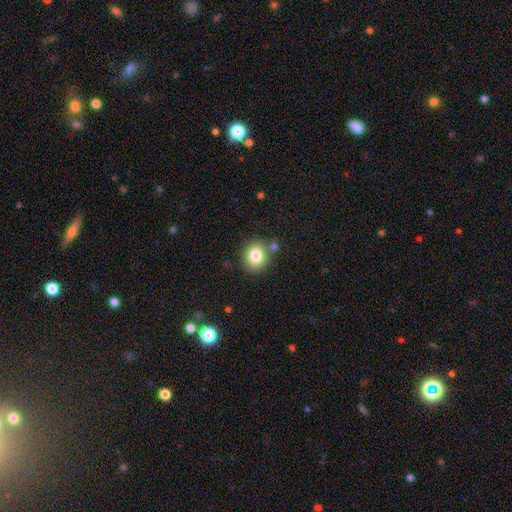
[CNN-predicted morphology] This is clearly a smooth galaxy (81%). How rounded: likely round (69%). Merging: likely none (79%).